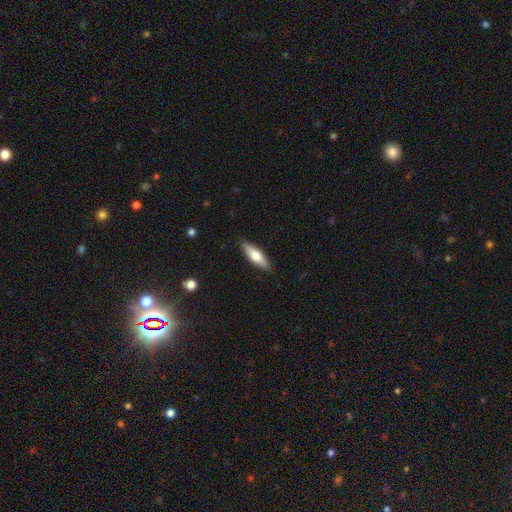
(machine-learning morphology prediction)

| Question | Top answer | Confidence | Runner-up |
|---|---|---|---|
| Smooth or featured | smooth | 65% | featured or disk (29%) |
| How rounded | cigar-shaped | 53% | in between (45%) |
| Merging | none | 89% | minor disturbance (9%) |